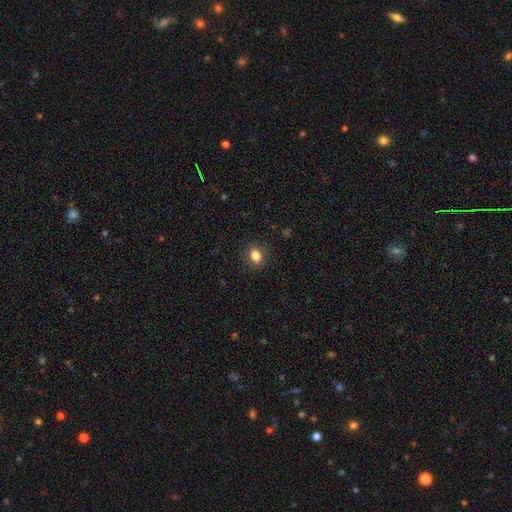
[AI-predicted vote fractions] A smooth galaxy with no disk features (83%) that is in between round and cigar-shaped (53%). Merging: none (87%).